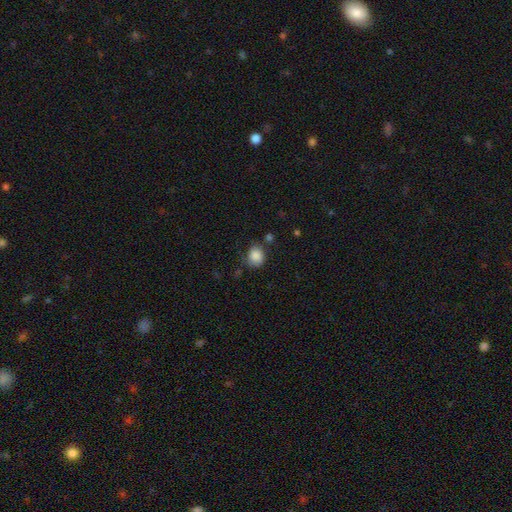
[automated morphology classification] Overall: smooth (87%). How rounded: round (66%; in between 34%). Merging: none (67%).